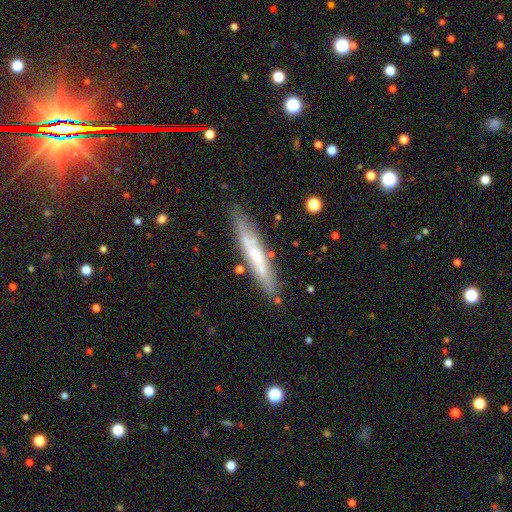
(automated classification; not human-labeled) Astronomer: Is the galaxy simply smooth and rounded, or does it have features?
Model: featured or disk — 49% (runner-up: smooth, 44%).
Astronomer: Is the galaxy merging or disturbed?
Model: none — 80%.